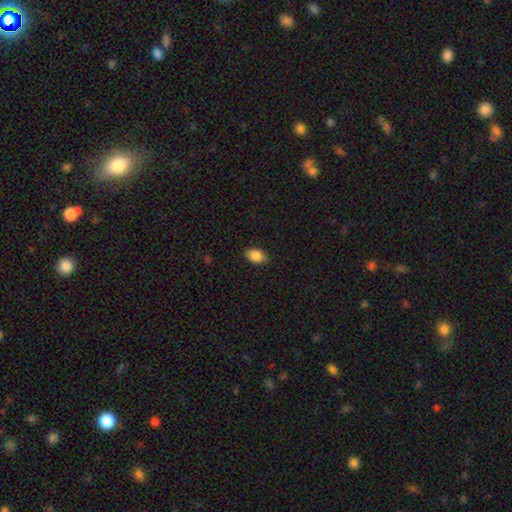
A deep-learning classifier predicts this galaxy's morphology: smooth_or_featured: smooth (p=0.87) [alt: star or artifact p=0.08]
how_rounded: in between (p=0.85) [alt: round p=0.13]
merging: none (p=0.87) [alt: minor disturbance p=0.10]